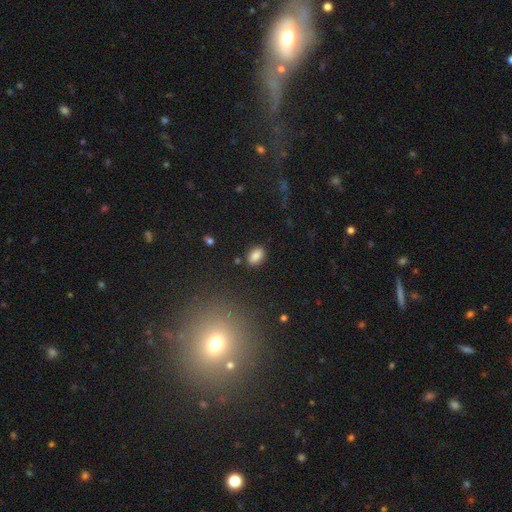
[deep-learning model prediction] This appears to be a smooth galaxy with no disk features (84%) that is in between round and cigar-shaped (85%). Merging: none (85%).